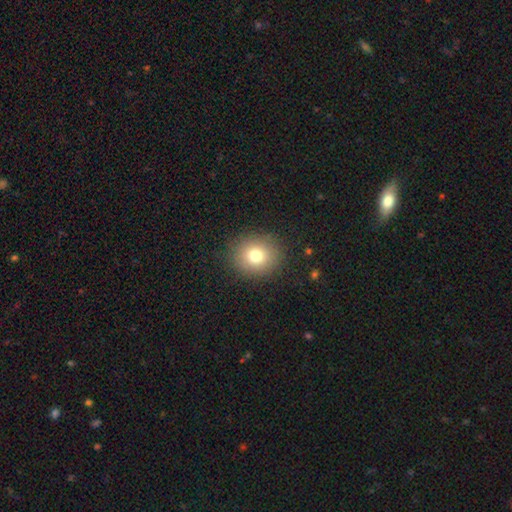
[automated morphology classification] Smooth or featured?
  - smooth: 78% *
  - star or artifact: 12%
  - featured or disk: 10%
How rounded?
  - round: 77% *
  - in between: 23%
  - cigar-shaped: 1%
Merging?
  - none: 88% *
  - minor disturbance: 8%
  - major disturbance: 3%
  - merger: 1%